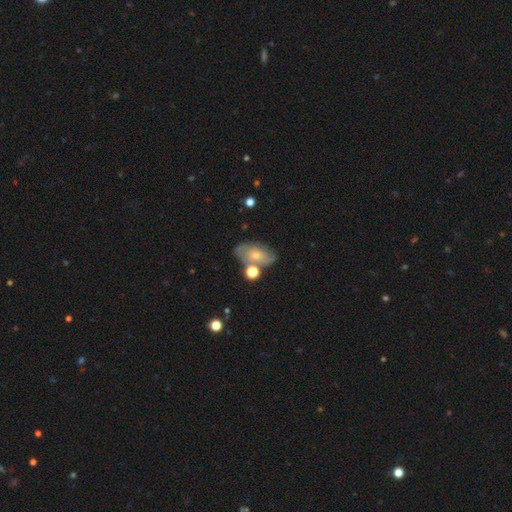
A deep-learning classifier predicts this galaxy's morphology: smooth_or_featured: featured or disk (p=0.47) [alt: smooth p=0.45]
merging: none (p=0.53) [alt: minor disturbance p=0.21]